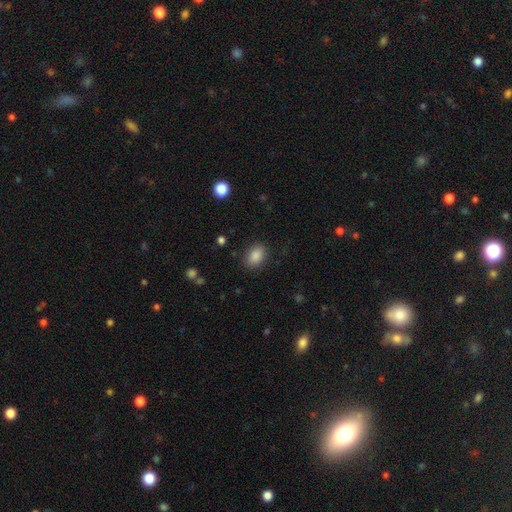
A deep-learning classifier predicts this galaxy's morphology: smooth-or-featured: smooth: 88% | star or artifact: 8% | featured or disk: 4%
  how-rounded: in between: 83% | round: 16% | cigar-shaped: 1%
  merging: none: 86% | minor disturbance: 10% | major disturbance: 3% | merger: 1%